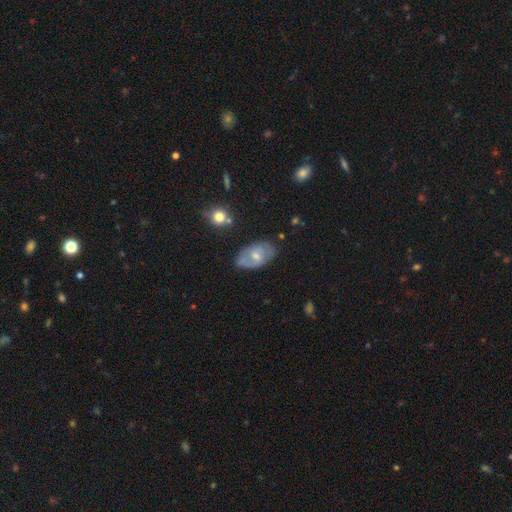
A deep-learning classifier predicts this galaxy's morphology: smooth_or_featured: smooth (p=0.48) [alt: featured or disk p=0.45]
merging: none (p=0.64) [alt: minor disturbance p=0.25]